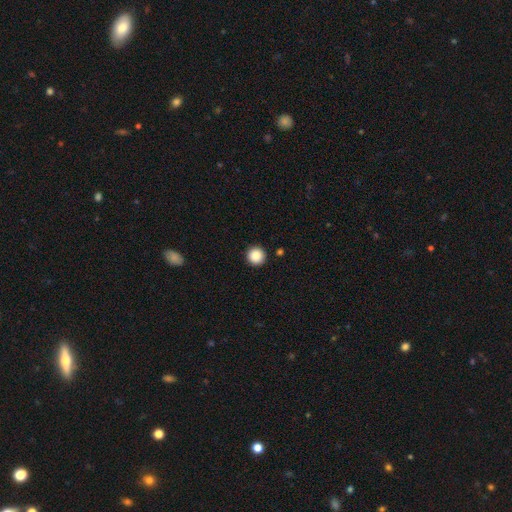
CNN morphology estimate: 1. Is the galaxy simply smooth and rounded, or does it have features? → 88% smooth, 9% star or artifact, 3% featured or disk.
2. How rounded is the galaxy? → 96% round, 3% in between, 1% cigar-shaped.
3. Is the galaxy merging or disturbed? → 93% none, 4% minor disturbance, 1% major disturbance, 1% merger.